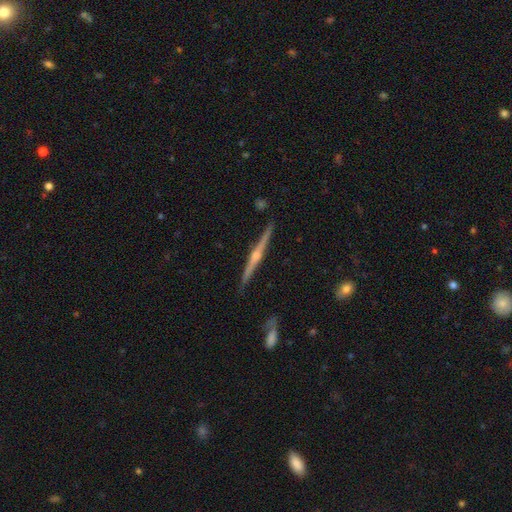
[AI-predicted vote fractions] A featured or disk galaxy (85%) viewed edge-on (98%) with a rounded central bulge (90%).

Vote fractions:
- Smooth or featured? featured or disk: 85% / smooth: 10% / star or artifact: 5%
- Edge-on disk? yes: 98% / no: 2%
- Edge-on bulge? rounded: 90% / none: 5% / boxy: 5%
- Merging? none: 90% / minor disturbance: 7% / merger: 1% / major disturbance: 1%